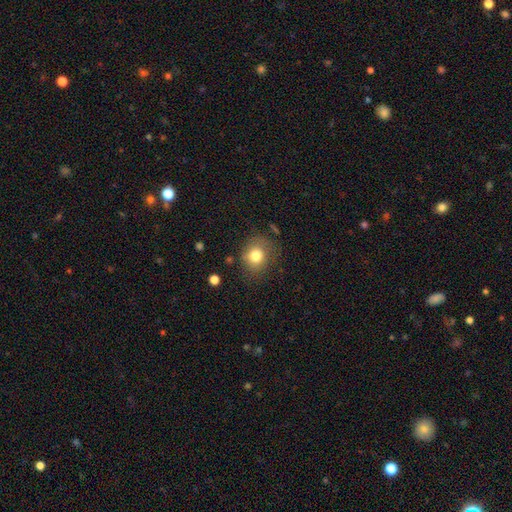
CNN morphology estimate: Smooth or featured: smooth — 80% (star or artifact — 11%)
How rounded: round — 73% (in between — 26%)
Merging: none — 70% (minor disturbance — 20%)